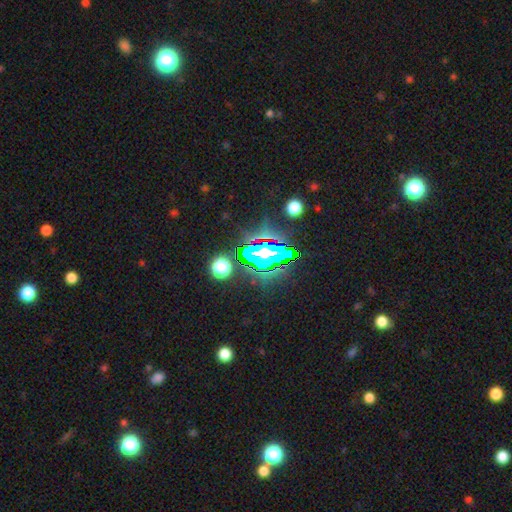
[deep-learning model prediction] Morphology: type=star or artifact (80%).